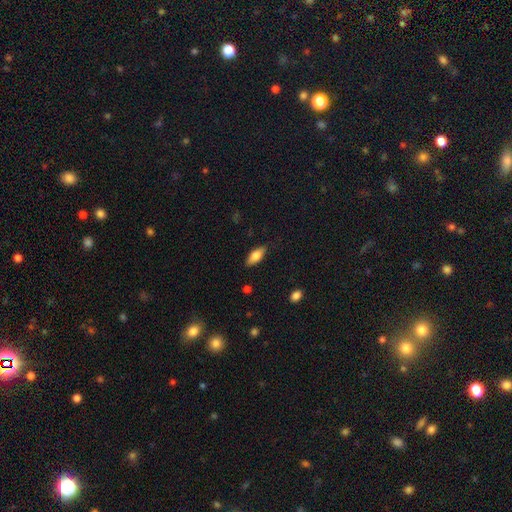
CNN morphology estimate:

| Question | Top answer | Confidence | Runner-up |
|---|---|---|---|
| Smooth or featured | smooth | 71% | featured or disk (23%) |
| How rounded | in between | 80% | cigar-shaped (17%) |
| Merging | none | 85% | minor disturbance (12%) |